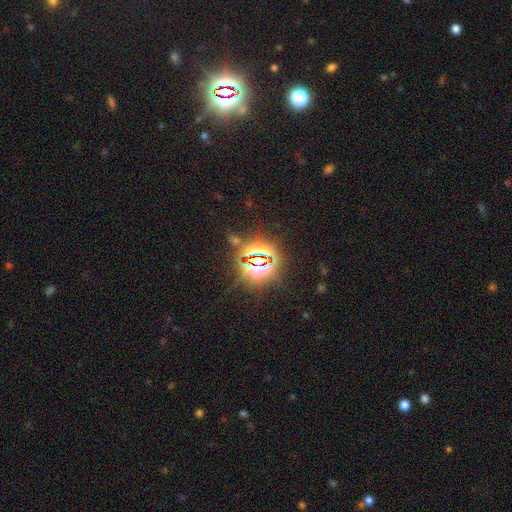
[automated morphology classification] A star or artifact, not a galaxy (82%).

Vote fractions:
- Smooth or featured? star or artifact: 82% / smooth: 10% / featured or disk: 8%